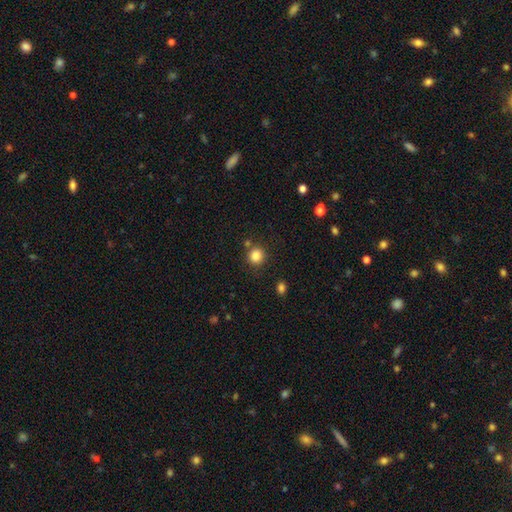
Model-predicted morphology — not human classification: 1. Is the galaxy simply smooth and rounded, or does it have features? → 85% smooth, 11% star or artifact, 4% featured or disk.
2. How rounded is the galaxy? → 89% round, 10% in between, 1% cigar-shaped.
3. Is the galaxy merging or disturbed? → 79% none, 9% minor disturbance, 8% merger, 3% major disturbance.